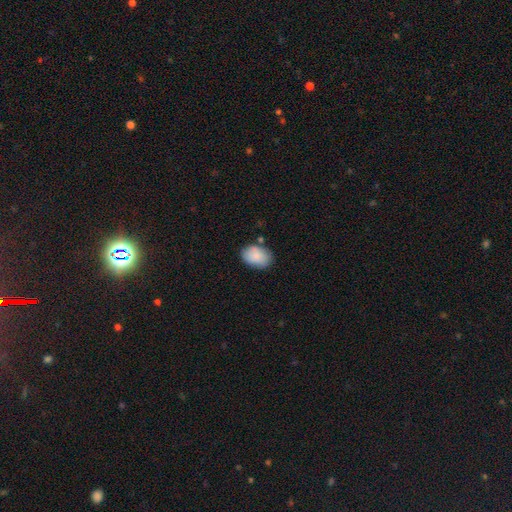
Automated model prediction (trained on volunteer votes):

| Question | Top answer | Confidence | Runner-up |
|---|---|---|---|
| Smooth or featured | smooth | 87% | featured or disk (7%) |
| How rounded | in between | 84% | round (15%) |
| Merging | none | 76% | minor disturbance (16%) |